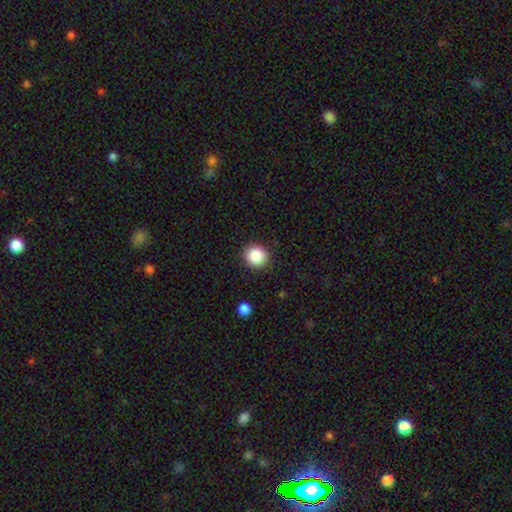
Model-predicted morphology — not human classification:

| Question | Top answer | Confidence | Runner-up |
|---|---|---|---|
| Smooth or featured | smooth | 87% | star or artifact (9%) |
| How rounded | round | 90% | in between (9%) |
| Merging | none | 90% | minor disturbance (6%) |